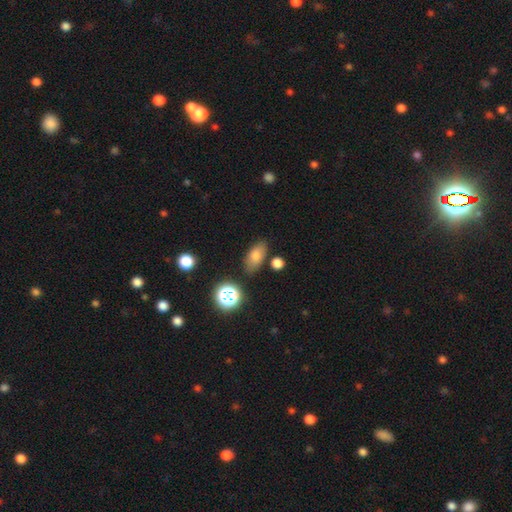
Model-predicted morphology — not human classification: smooth_or_featured: smooth (p=0.74) [alt: star or artifact p=0.14]
how_rounded: in between (p=0.87) [alt: round p=0.08]
merging: none (p=0.79) [alt: minor disturbance p=0.12]